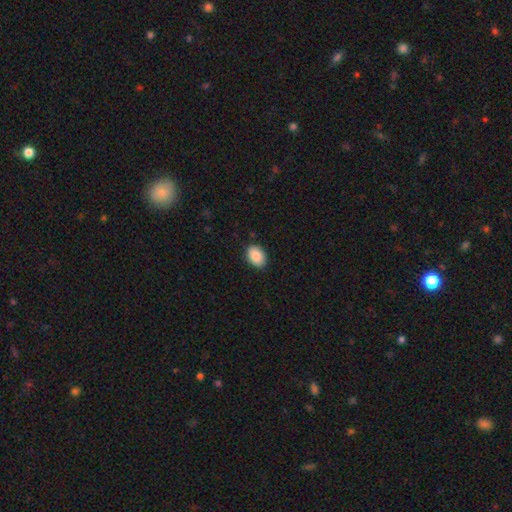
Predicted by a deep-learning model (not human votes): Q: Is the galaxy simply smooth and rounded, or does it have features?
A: smooth — 89%.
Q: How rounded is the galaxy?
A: in between — 83%.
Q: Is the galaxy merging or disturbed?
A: none — 88%.